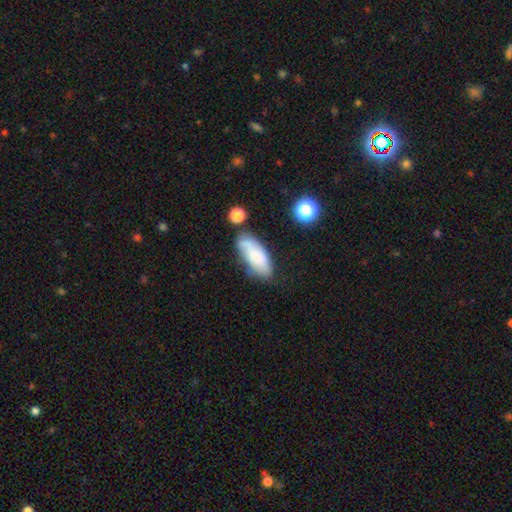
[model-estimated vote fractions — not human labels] Smooth or featured?
  - smooth: 69% *
  - featured or disk: 23%
  - star or artifact: 8%
How rounded?
  - in between: 83% *
  - cigar-shaped: 15%
  - round: 2%
Merging?
  - none: 54% *
  - minor disturbance: 26%
  - merger: 10%
  - major disturbance: 9%